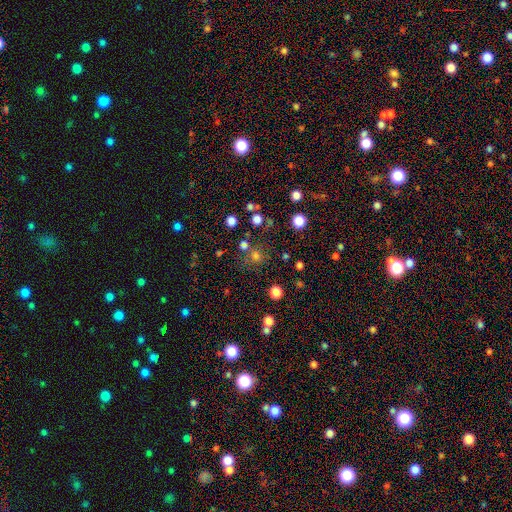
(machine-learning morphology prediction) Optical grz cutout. It shows a smooth galaxy with no disk features (64%) that is round (88%). Merging: none (72%).